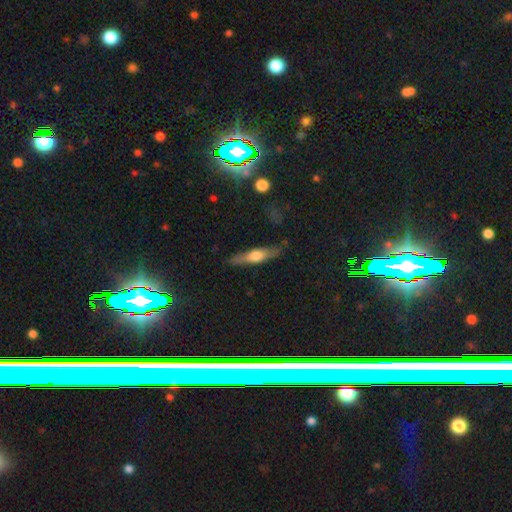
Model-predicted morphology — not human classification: Smooth or featured?
  - featured or disk: 51% *
  - smooth: 43%
  - star or artifact: 6%
Edge-on disk?
  - yes: 92% *
  - no: 8%
Merging?
  - none: 84% *
  - minor disturbance: 12%
  - major disturbance: 3%
  - merger: 2%